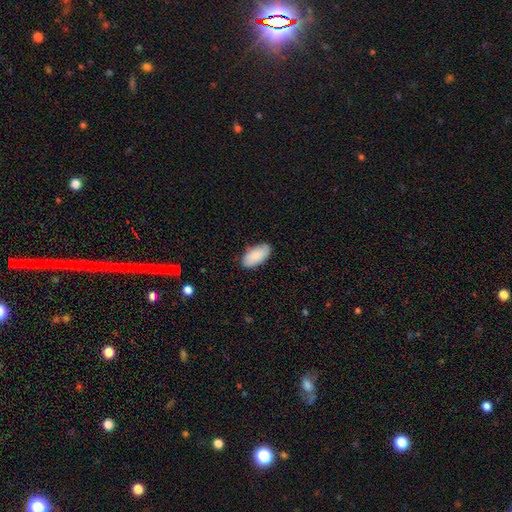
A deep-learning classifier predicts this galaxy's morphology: Smooth or featured? Predicted: smooth (p=0.88). How rounded? Predicted: in between (p=0.94). Merging? Predicted: none (p=0.81).